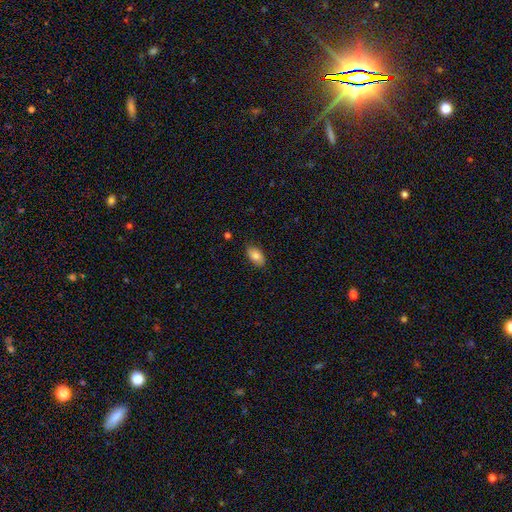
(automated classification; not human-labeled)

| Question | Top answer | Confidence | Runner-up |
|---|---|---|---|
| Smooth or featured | smooth | 78% | featured or disk (14%) |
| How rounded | in between | 93% | round (5%) |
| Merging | none | 83% | minor disturbance (13%) |